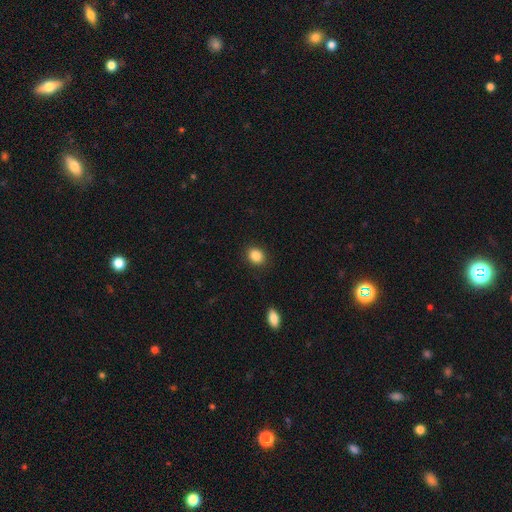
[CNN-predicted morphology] This is clearly a smooth galaxy (87%). How rounded: possibly round (55%). Merging: clearly none (89%).